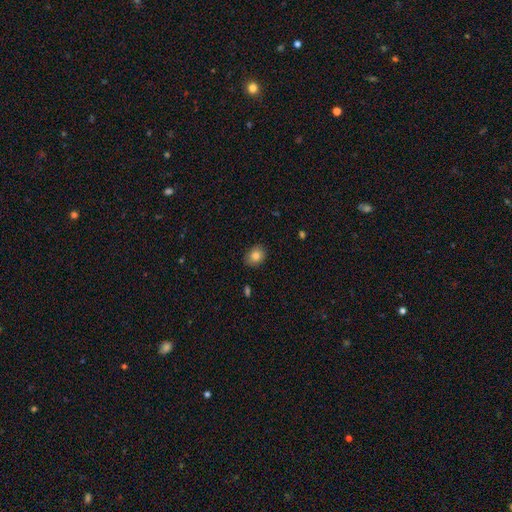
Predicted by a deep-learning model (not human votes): This appears to be a smooth galaxy with no disk features (84%) that is in between round and cigar-shaped (53%). Merging: none (86%).